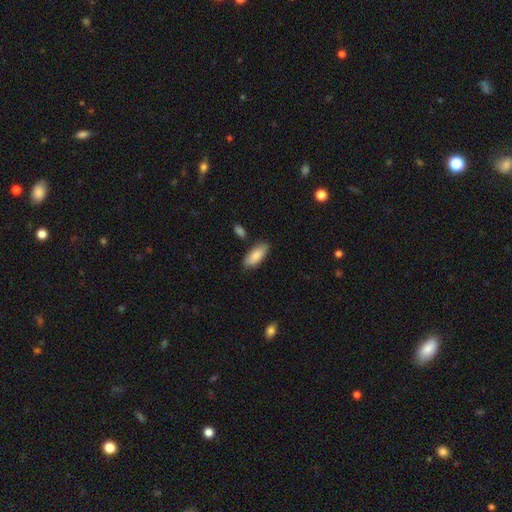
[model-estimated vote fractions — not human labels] Overall: smooth (86%). How rounded: in between (82%). Merging: none (79%).